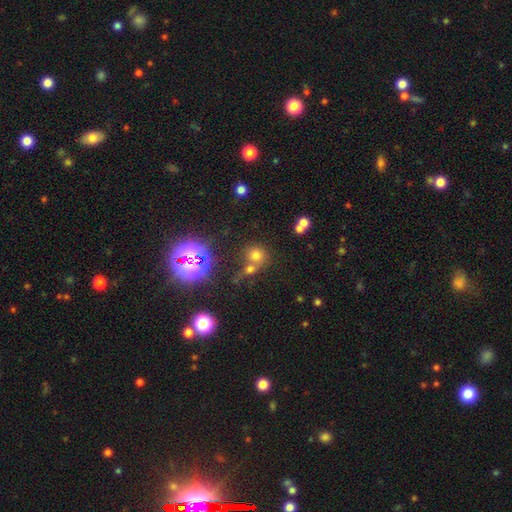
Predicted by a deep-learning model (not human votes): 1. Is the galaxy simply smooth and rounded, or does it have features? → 62% smooth, 28% star or artifact, 10% featured or disk.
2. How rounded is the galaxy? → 87% round, 12% in between, 1% cigar-shaped.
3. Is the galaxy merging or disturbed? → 54% none, 34% merger, 8% minor disturbance, 4% major disturbance.